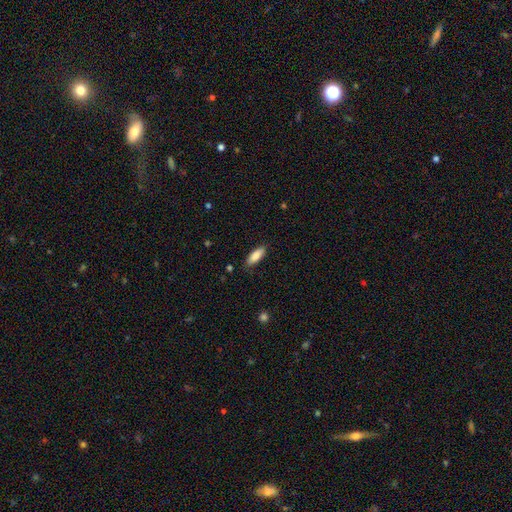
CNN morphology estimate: Smooth or featured: smooth — 87% (featured or disk — 7%)
How rounded: in between — 66% (cigar-shaped — 32%)
Merging: none — 83% (minor disturbance — 14%)